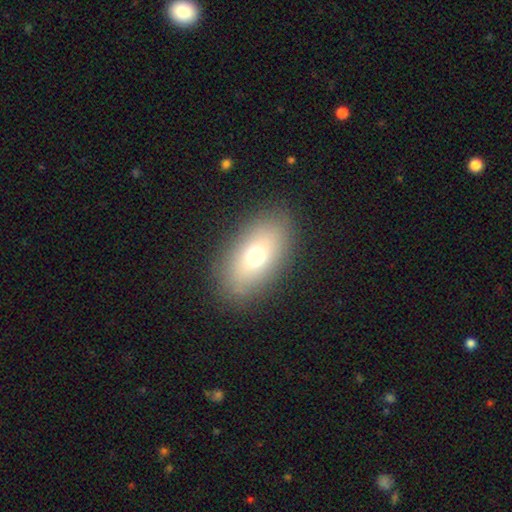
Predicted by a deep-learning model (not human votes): Q: Smooth or featured?
A: smooth (69%); runner-up: featured or disk (20%)
Q: How rounded?
A: in between (88%); runner-up: round (9%)
Q: Merging?
A: none (86%); runner-up: minor disturbance (9%)